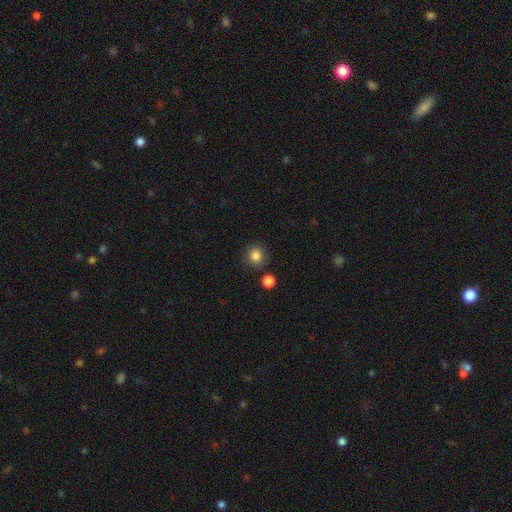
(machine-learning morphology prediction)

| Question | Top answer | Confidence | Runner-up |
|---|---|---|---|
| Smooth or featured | smooth | 85% | star or artifact (11%) |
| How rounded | round | 88% | in between (11%) |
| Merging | none | 85% | minor disturbance (9%) |